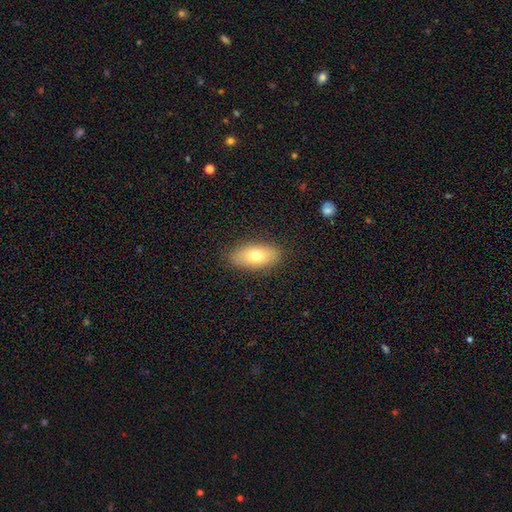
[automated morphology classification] Smooth or featured?
  - smooth: 72% *
  - featured or disk: 20%
  - star or artifact: 8%
How rounded?
  - in between: 88% *
  - cigar-shaped: 8%
  - round: 4%
Merging?
  - none: 87% *
  - minor disturbance: 10%
  - major disturbance: 3%
  - merger: 1%